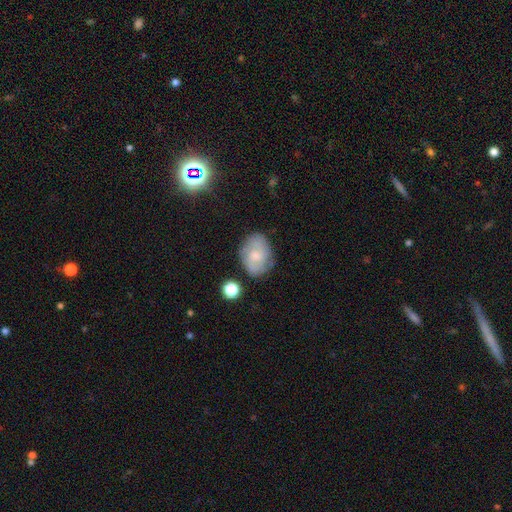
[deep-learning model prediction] A featured or disk galaxy (55%) with no bar (67%), spiral arms (84%) and a small central bulge (44%).

Vote fractions:
- Smooth or featured? featured or disk: 55% / smooth: 37% / star or artifact: 8%
- Edge-on disk? no: 97% / yes: 3%
- Bar? no: 67% / weak: 29% / strong: 4%
- Spiral arms? yes: 84% / no: 16%
- Bulge size? small: 44% / moderate: 39% / none: 11% / large: 5% / dominant: 1%
- Merging? none: 73% / minor disturbance: 18% / major disturbance: 5% / merger: 3%